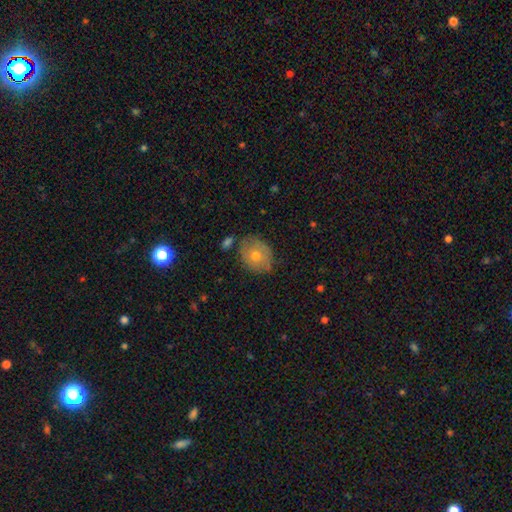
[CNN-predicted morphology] smooth-or-featured: smooth: 58% | featured or disk: 32% | star or artifact: 10%
  how-rounded: round: 56% | in between: 42% | cigar-shaped: 1%
  merging: none: 71% | minor disturbance: 20% | major disturbance: 5% | merger: 4%